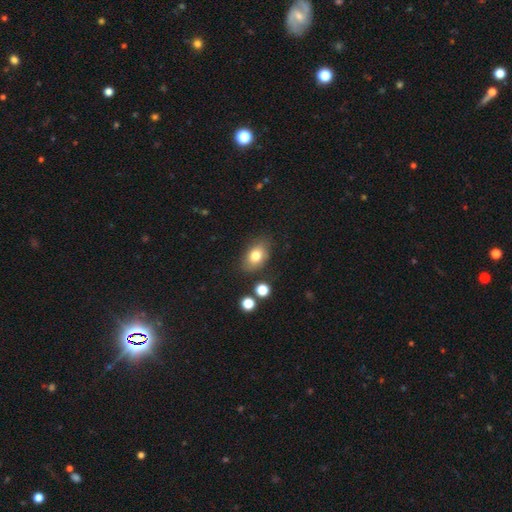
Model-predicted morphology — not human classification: This is likely a smooth galaxy (78%). How rounded: clearly in between (83%). Merging: likely none (79%).